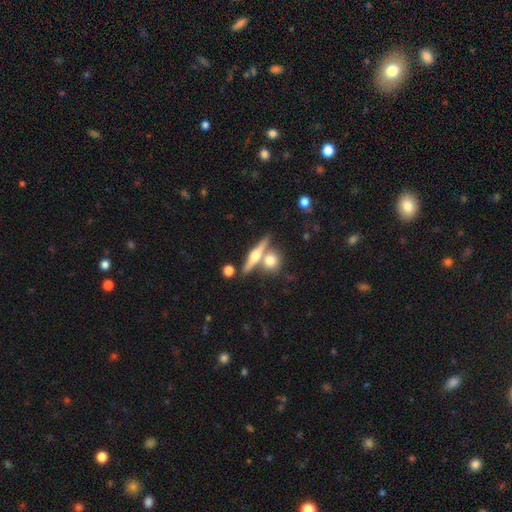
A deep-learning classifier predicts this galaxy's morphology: featured or disk 66%, smooth 27%, star or artifact 7%. Down the decision tree: edge-on disk — yes (95%); edge-on bulge — rounded (94%); merging — none (69%).